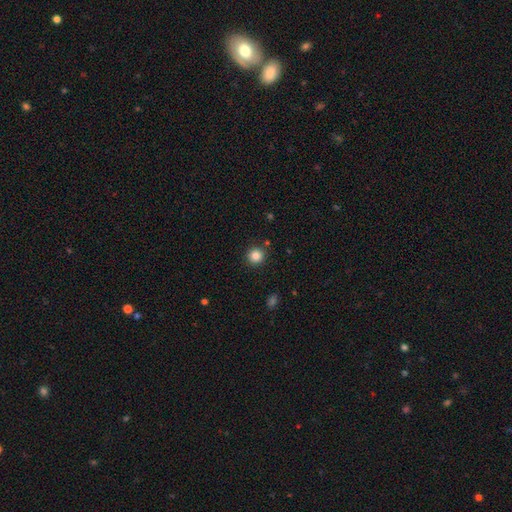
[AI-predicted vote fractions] This is clearly a smooth galaxy (84%). How rounded: clearly round (94%). Merging: clearly none (89%).